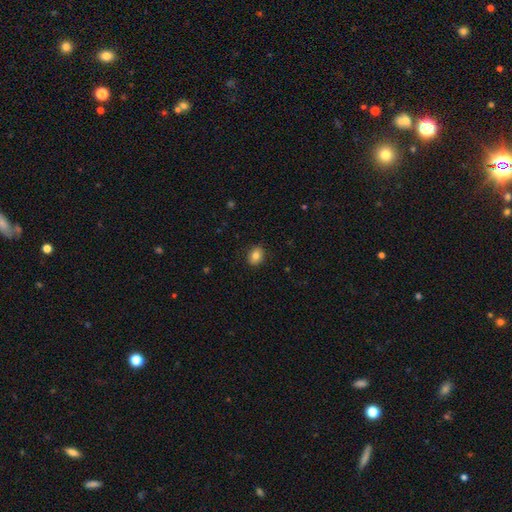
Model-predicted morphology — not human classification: smooth_or_featured: smooth (p=0.82) [alt: star or artifact p=0.09]
how_rounded: round (p=0.50) [alt: in between p=0.49]
merging: none (p=0.89) [alt: minor disturbance p=0.08]